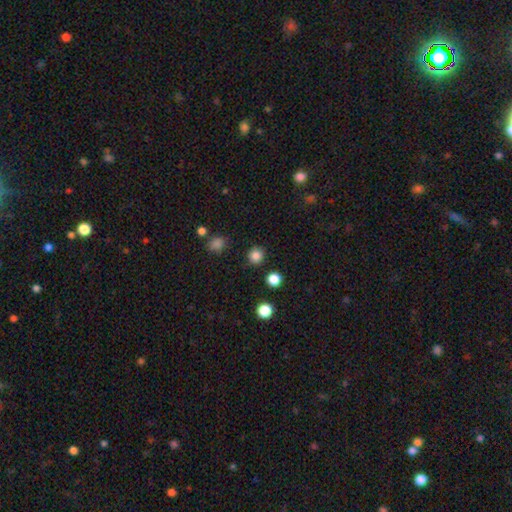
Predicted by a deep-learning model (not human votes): Smooth or featured?
  - smooth: 84% *
  - star or artifact: 13%
  - featured or disk: 3%
How rounded?
  - round: 93% *
  - in between: 6%
  - cigar-shaped: 1%
Merging?
  - none: 90% *
  - minor disturbance: 6%
  - merger: 2%
  - major disturbance: 2%